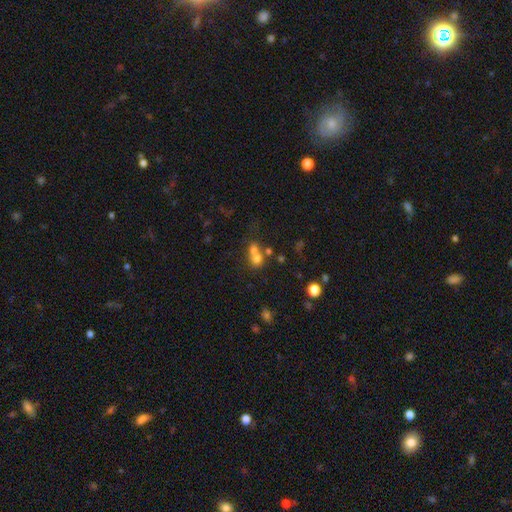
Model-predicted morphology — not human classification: Smooth or featured? smooth (66%)
How rounded? round (70%)
Merging? merger (63%)